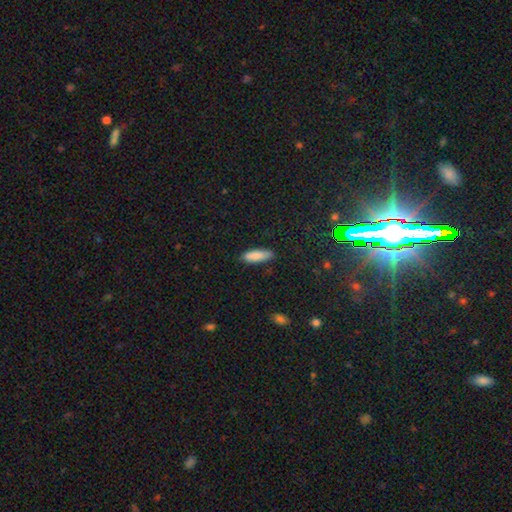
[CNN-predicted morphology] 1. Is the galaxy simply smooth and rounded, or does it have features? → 86% smooth, 8% featured or disk, 6% star or artifact.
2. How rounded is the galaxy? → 50% in between, 48% cigar-shaped, 2% round.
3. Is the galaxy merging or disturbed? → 86% none, 11% minor disturbance, 2% major disturbance, 1% merger.